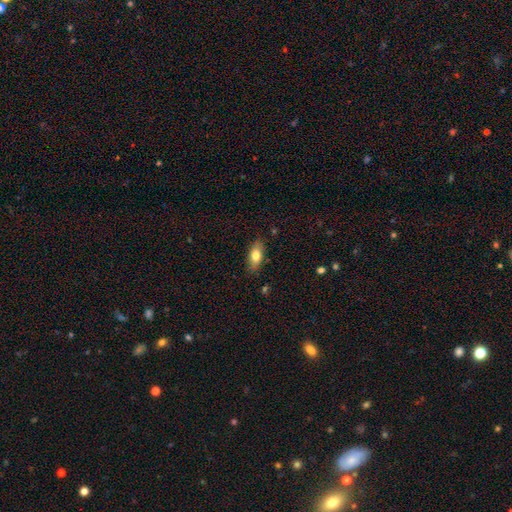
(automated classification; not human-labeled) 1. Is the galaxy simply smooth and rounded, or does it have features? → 75% smooth, 18% featured or disk, 7% star or artifact.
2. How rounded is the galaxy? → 84% in between, 12% cigar-shaped, 4% round.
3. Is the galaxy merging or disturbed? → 84% none, 12% minor disturbance, 2% major disturbance, 1% merger.